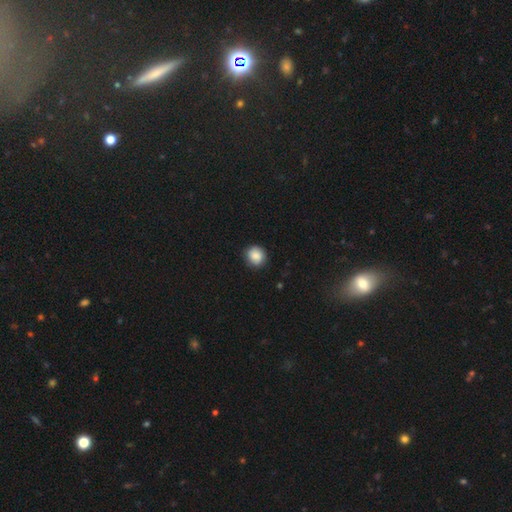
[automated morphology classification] This is clearly a smooth galaxy (85%). How rounded: clearly round (84%). Merging: clearly none (85%).